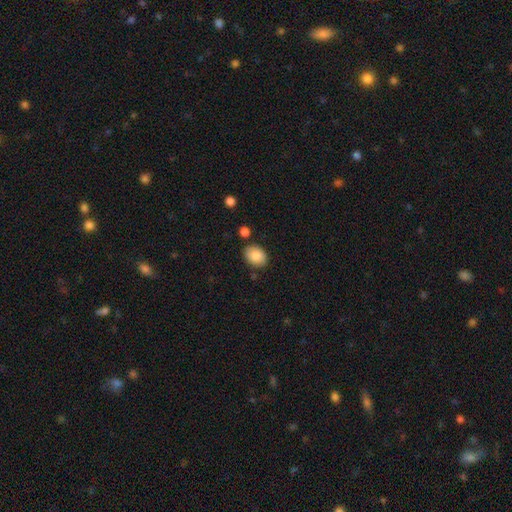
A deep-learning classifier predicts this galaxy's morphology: Smooth or featured?
  - smooth: 88% *
  - star or artifact: 7%
  - featured or disk: 5%
How rounded?
  - in between: 72% *
  - round: 27%
  - cigar-shaped: 1%
Merging?
  - none: 82% *
  - minor disturbance: 11%
  - merger: 4%
  - major disturbance: 3%